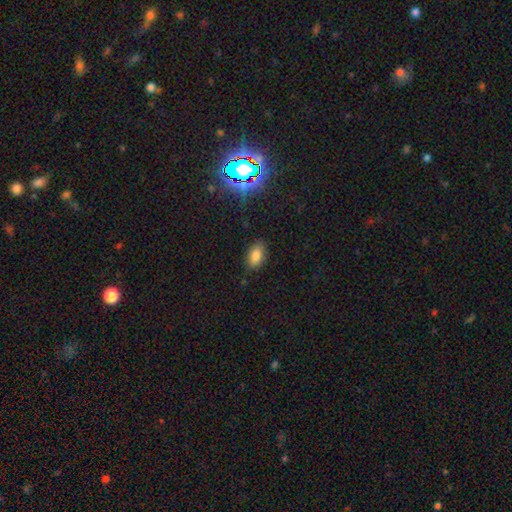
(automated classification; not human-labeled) The model was most divided on "smooth or featured": smooth: 80%, star or artifact: 12%, featured or disk: 8%. More confident: how rounded — in between (89%); merging — none (83%).